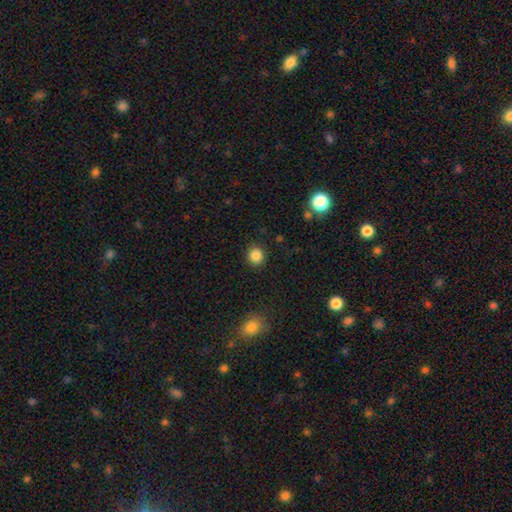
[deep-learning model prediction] This is clearly a smooth galaxy (86%). How rounded: clearly round (87%). Merging: clearly none (91%).